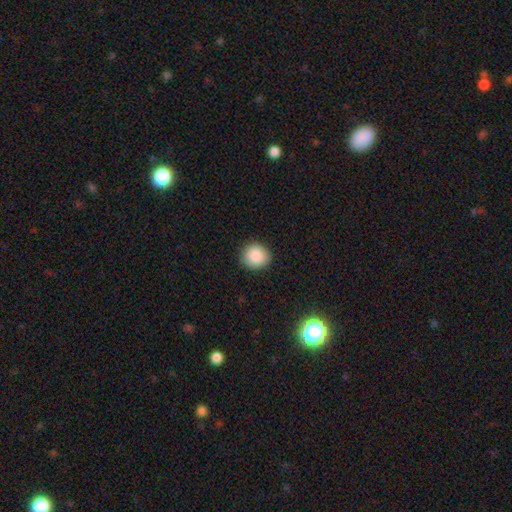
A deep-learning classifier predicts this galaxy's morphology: This appears to be a smooth galaxy with no disk features (88%) that is round (87%). Merging: none (89%).